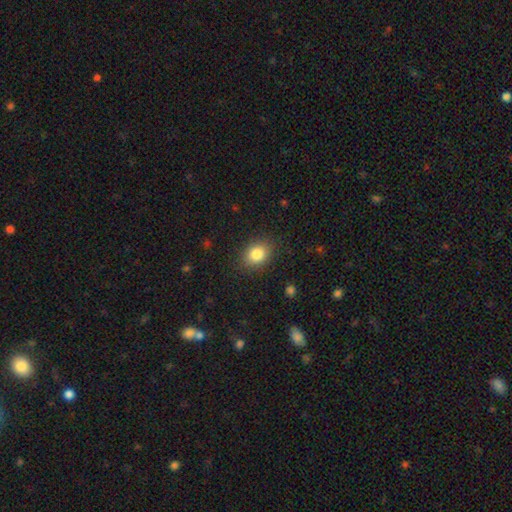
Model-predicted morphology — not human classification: The model was most divided on "how rounded": in between: 53%, round: 46%, cigar-shaped: 1%. More confident: merging — none (86%); smooth or featured — smooth (84%).